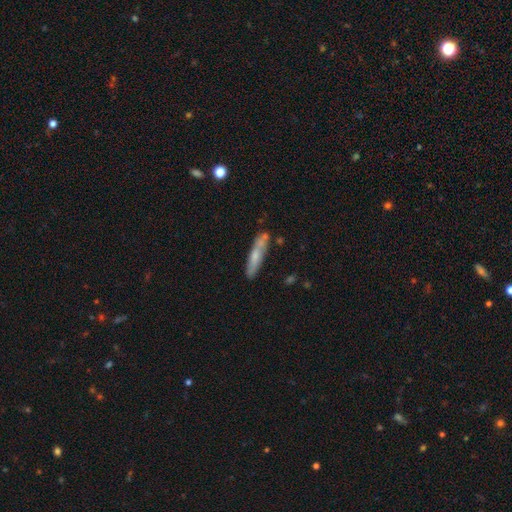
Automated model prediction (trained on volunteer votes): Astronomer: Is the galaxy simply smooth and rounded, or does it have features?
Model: smooth — 63%.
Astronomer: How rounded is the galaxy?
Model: cigar-shaped — 86%.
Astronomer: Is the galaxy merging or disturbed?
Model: none — 72%.